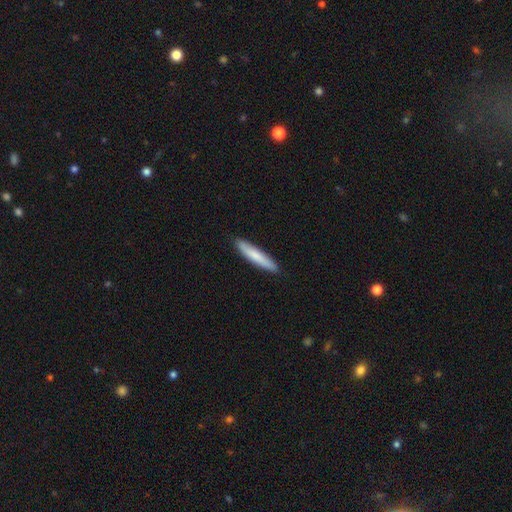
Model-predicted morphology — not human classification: A smooth galaxy with no disk features (74%) that is cigar-shaped (90%). Merging: none (89%).